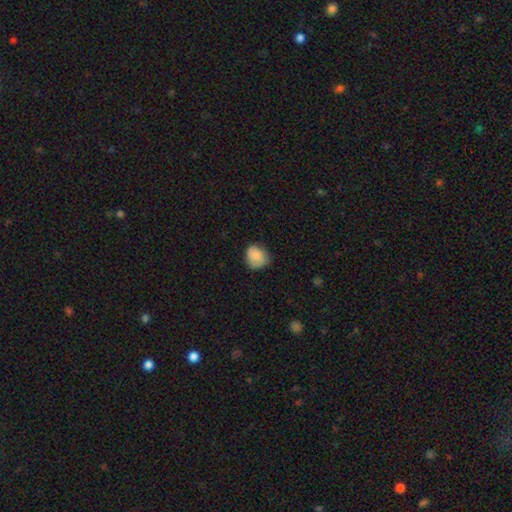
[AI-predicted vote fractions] Smooth or featured: smooth — 85% (star or artifact — 8%)
How rounded: round — 67% (in between — 32%)
Merging: none — 67% (minor disturbance — 26%)